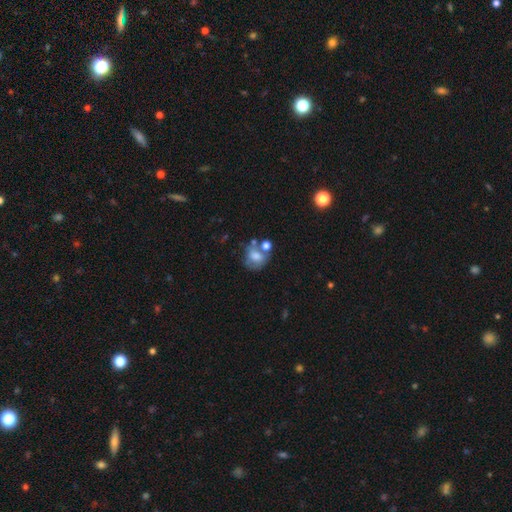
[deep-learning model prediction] smooth_or_featured: smooth (p=0.58) [alt: featured or disk p=0.30]
how_rounded: round (p=0.58) [alt: in between p=0.41]
merging: none (p=0.37) [alt: merger p=0.29]